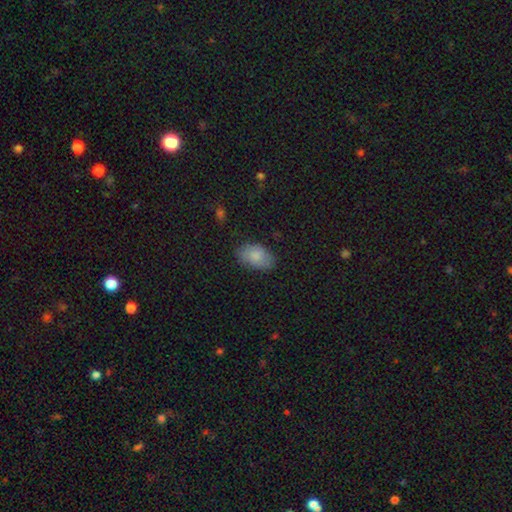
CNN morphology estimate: type=smooth (83%); roundness=in between (92%); merging=none (78%).